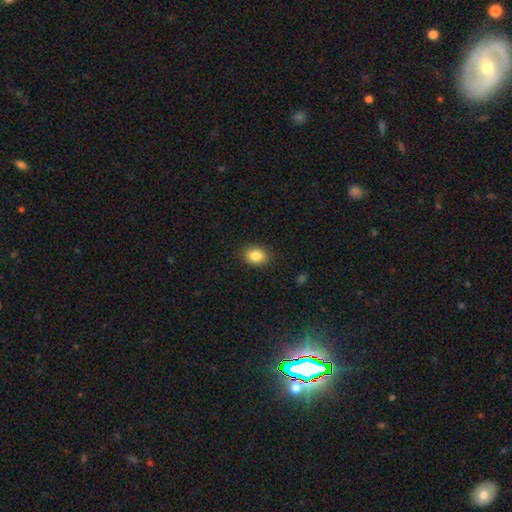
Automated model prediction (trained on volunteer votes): A smooth galaxy with no disk features (86%) that is in between round and cigar-shaped (62%).

Vote fractions:
- Smooth or featured? smooth: 86% / star or artifact: 9% / featured or disk: 6%
- How rounded? in between: 62% / round: 37% / cigar-shaped: 1%
- Merging? none: 89% / minor disturbance: 8% / major disturbance: 2% / merger: 1%